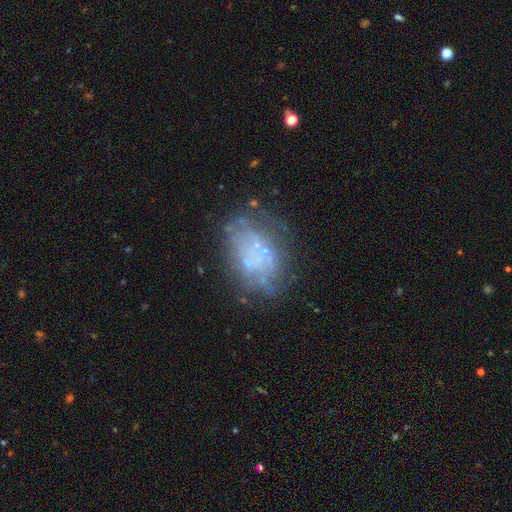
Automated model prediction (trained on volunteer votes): A featured or disk galaxy (54%) with no bar (94%), no spiral arms (90%) and no central bulge (78%).

Vote fractions:
- Smooth or featured? featured or disk: 54% / smooth: 31% / star or artifact: 15%
- Edge-on disk? no: 98% / yes: 2%
- Bar? no: 94% / weak: 5% / strong: 2%
- Spiral arms? no: 90% / yes: 10%
- Bulge size? none: 78% / small: 15% / moderate: 4% / large: 2% / dominant: 1%
- Merging? none: 54% / minor disturbance: 21% / major disturbance: 18% / merger: 8%